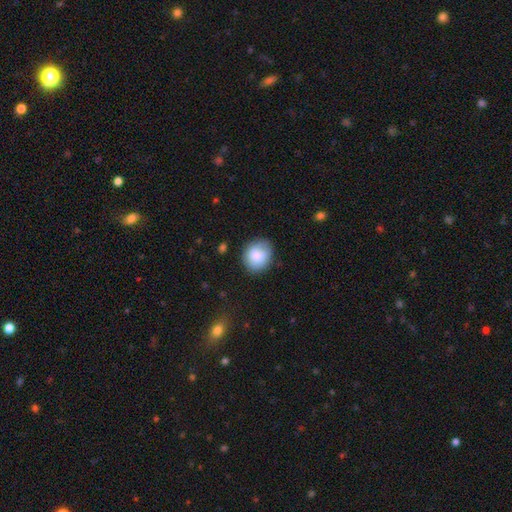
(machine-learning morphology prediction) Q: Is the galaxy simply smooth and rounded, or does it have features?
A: smooth — 83%.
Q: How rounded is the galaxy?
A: round — 73%.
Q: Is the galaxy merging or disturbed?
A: none — 80%.